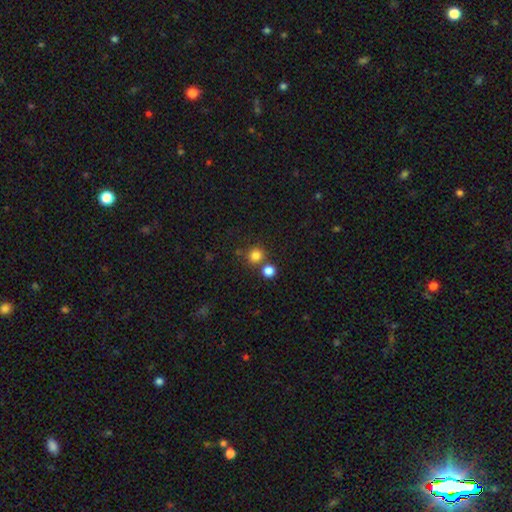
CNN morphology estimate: A smooth galaxy with no disk features (81%) that is round (89%).

Vote fractions:
- Smooth or featured? smooth: 81% / star or artifact: 13% / featured or disk: 6%
- How rounded? round: 89% / in between: 10% / cigar-shaped: 1%
- Merging? none: 67% / merger: 22% / minor disturbance: 8% / major disturbance: 3%